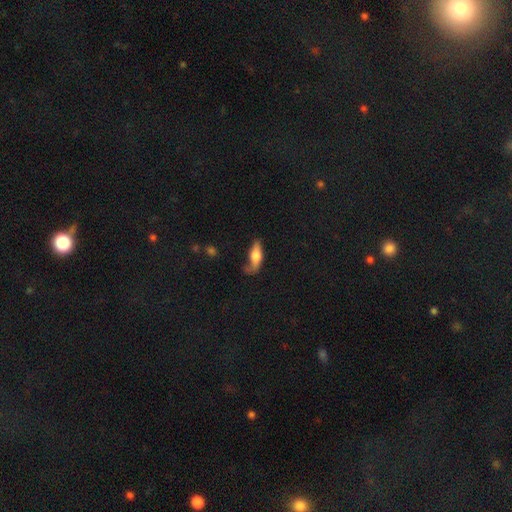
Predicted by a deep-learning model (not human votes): Smooth or featured? Predicted: smooth (p=0.57). How rounded? Predicted: in between (p=0.64). Merging? Predicted: none (p=0.42).